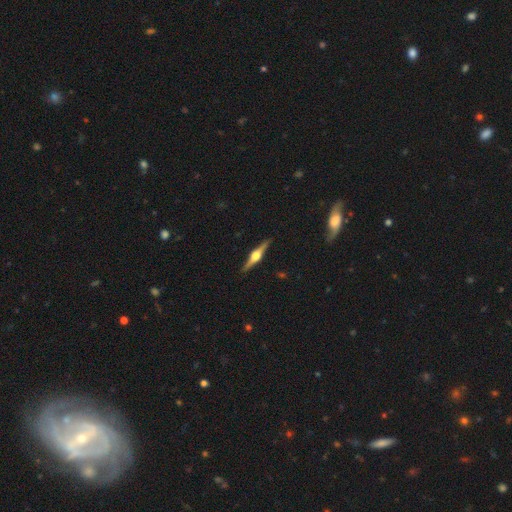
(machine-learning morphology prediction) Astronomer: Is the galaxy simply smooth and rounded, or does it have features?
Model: featured or disk — 83%.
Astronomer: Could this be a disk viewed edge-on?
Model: yes — 98%.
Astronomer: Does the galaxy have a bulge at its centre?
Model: rounded — 95%.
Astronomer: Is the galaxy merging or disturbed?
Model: none — 91%.